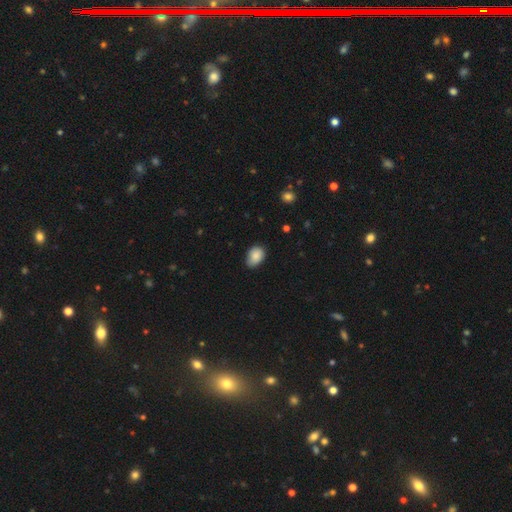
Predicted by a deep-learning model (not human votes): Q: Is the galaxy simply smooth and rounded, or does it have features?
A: smooth — 86%.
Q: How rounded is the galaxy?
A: in between — 80%.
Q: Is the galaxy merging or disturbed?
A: none — 66%.